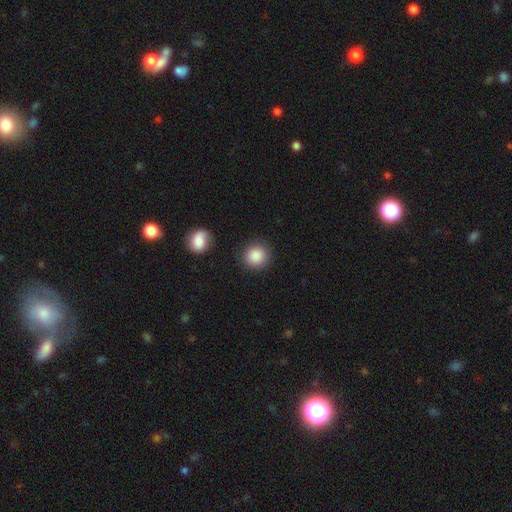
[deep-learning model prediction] A smooth galaxy with no disk features (88%) that is round (89%).

Vote fractions:
- Smooth or featured? smooth: 88% / star or artifact: 8% / featured or disk: 4%
- How rounded? round: 89% / in between: 10% / cigar-shaped: 1%
- Merging? none: 86% / minor disturbance: 8% / merger: 3% / major disturbance: 3%